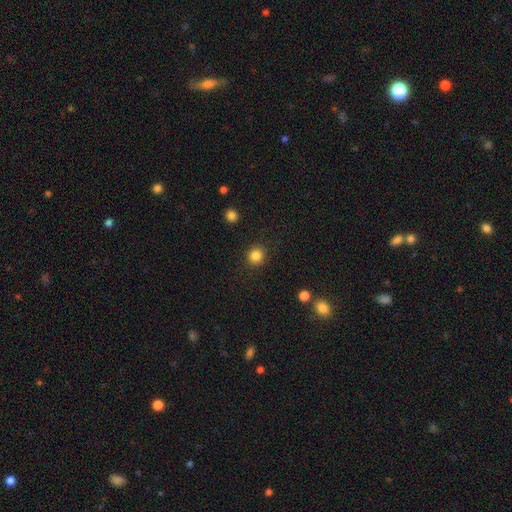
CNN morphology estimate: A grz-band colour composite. It shows a smooth galaxy with no disk features (85%) that is round (89%). Merging: none (90%).